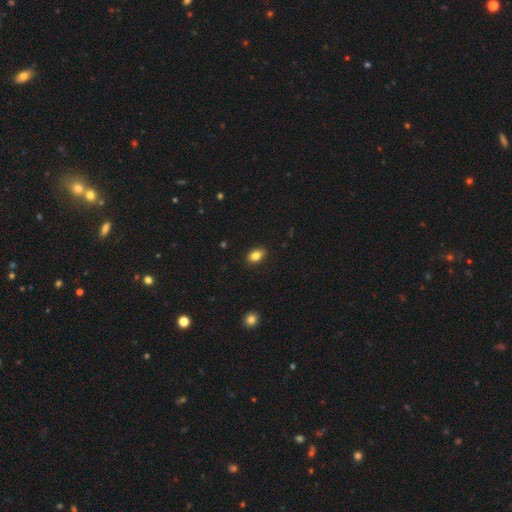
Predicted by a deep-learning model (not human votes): Morphology: type=smooth (83%); roundness=in between (84%); merging=none (88%).